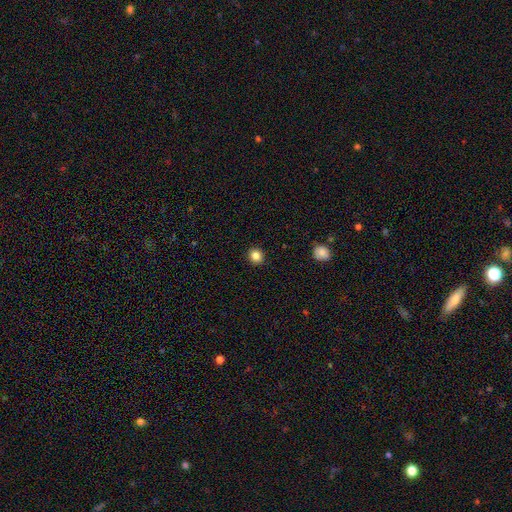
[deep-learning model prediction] Smooth or featured: smooth — 84% (star or artifact — 11%)
How rounded: round — 88% (in between — 11%)
Merging: none — 92% (minor disturbance — 5%)